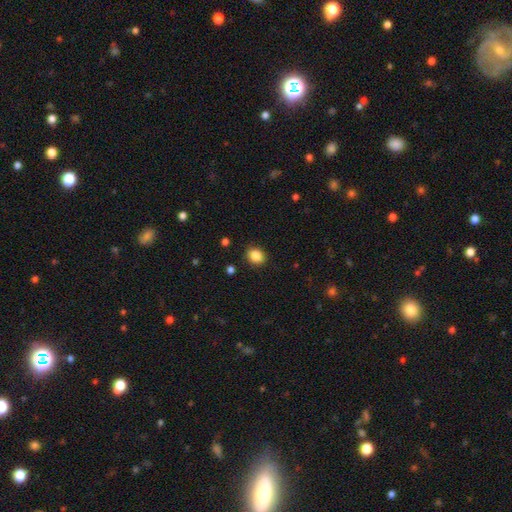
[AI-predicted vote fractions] This is clearly a smooth galaxy (86%). How rounded: possibly round (52%). Merging: clearly none (86%).